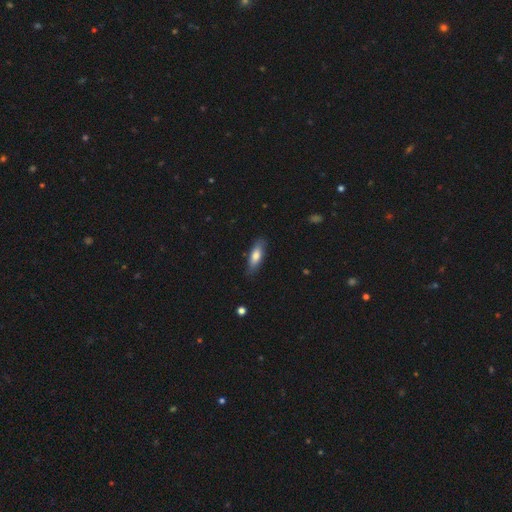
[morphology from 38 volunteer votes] smooth_or_featured: smooth (p=0.63) [alt: featured or disk p=0.26]
how_rounded: cigar-shaped (p=0.75) [alt: in between p=0.25]
merging: none (p=0.88) [alt: minor disturbance p=0.06]